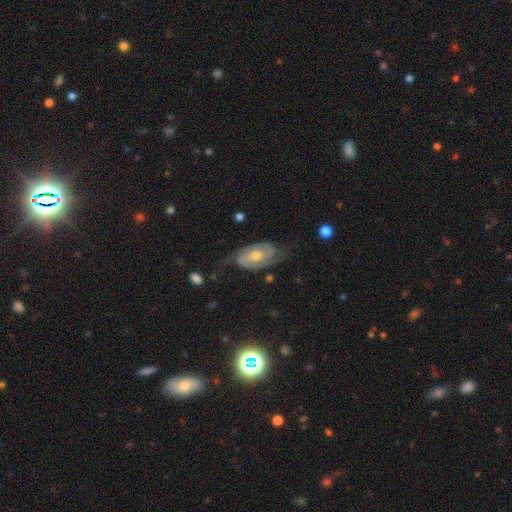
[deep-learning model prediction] Morphology: type=featured or disk (84%); edge-on=no (96%); bar=no (62%); spiral arms=yes (95%); winding=tight (50%); arm count=2 (83%); bulge=moderate (60%); merging=none (70%).